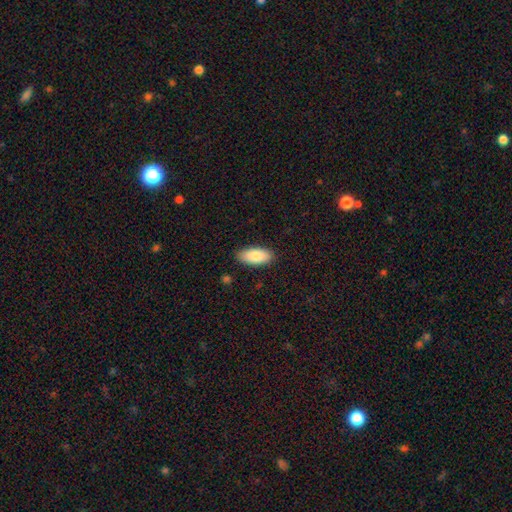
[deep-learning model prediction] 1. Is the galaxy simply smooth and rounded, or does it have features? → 85% smooth, 9% featured or disk, 6% star or artifact.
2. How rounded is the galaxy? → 90% in between, 8% cigar-shaped, 2% round.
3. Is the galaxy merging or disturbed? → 88% none, 9% minor disturbance, 2% major disturbance, 1% merger.